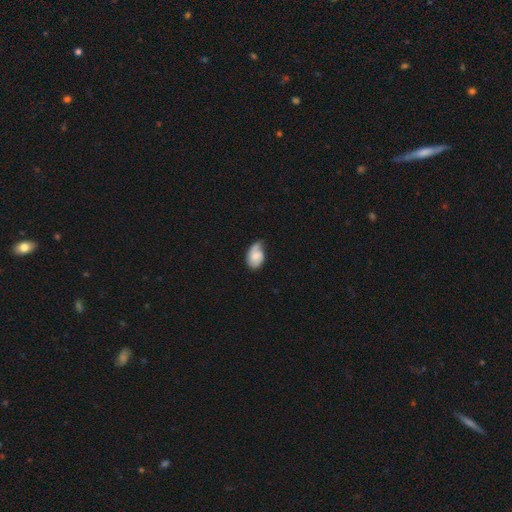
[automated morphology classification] Q: Smooth or featured?
A: smooth (51%); runner-up: featured or disk (42%)
Q: How rounded?
A: in between (85%); runner-up: round (14%)
Q: Merging?
A: none (42%); runner-up: minor disturbance (40%)